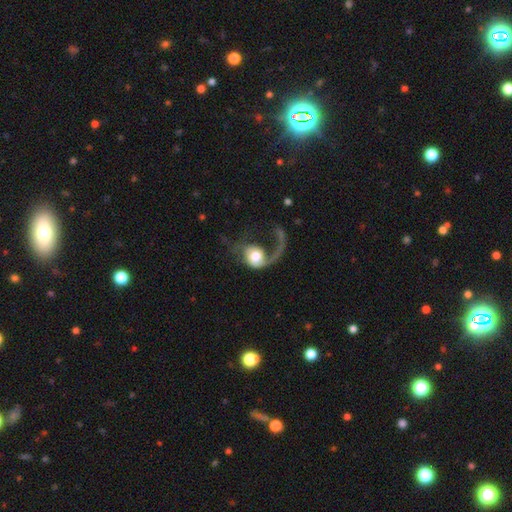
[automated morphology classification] A featured or disk galaxy (64%) with no bar (77%), 1 (86%) loose (77%) spiral arms (84%) and a moderate central bulge (45%). Merging: major disturbance (61%).